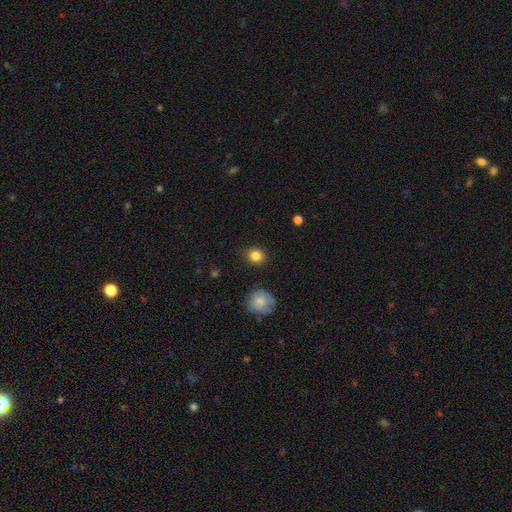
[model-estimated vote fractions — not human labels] Morphology: type=smooth (84%); roundness=round (76%); merging=none (84%).